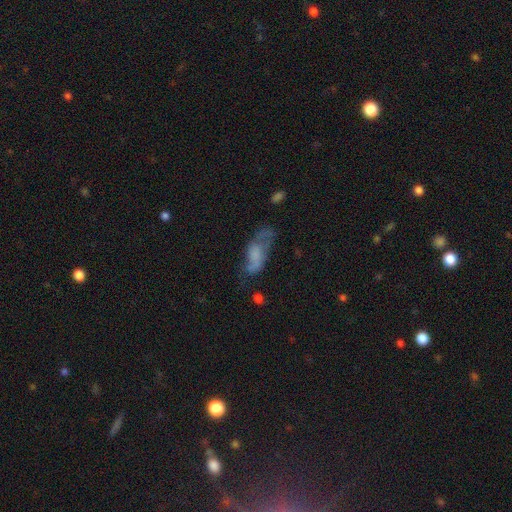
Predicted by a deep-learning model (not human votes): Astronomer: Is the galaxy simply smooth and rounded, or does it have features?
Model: featured or disk — 46% (runner-up: smooth, 43%).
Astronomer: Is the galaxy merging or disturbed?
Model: none — 39% (runner-up: major disturbance, 30%).